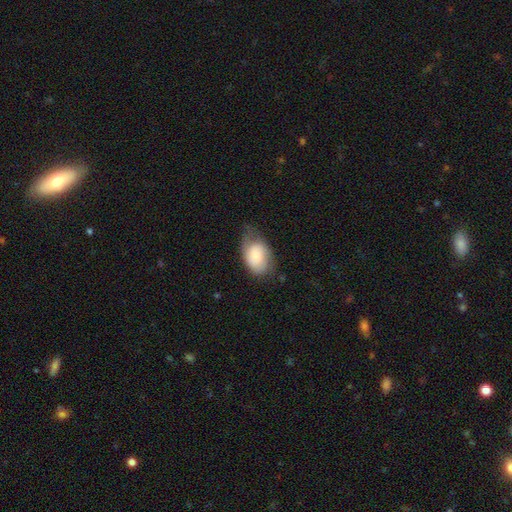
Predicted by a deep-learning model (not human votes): This appears to be a smooth galaxy with no disk features (63%) that is in between round and cigar-shaped (85%). Merging: none (45%).